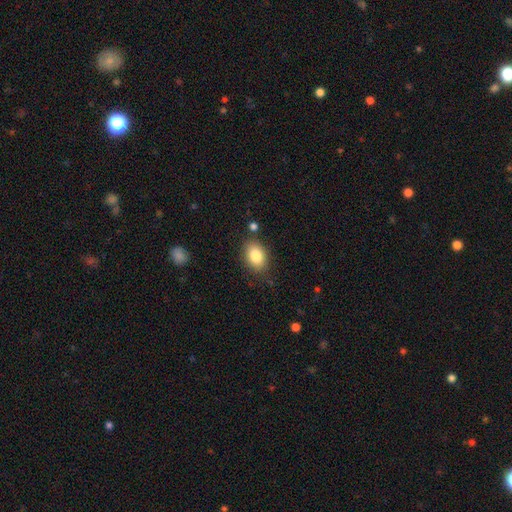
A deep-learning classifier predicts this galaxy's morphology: Overall: smooth (83%). How rounded: in between (82%). Merging: none (80%).